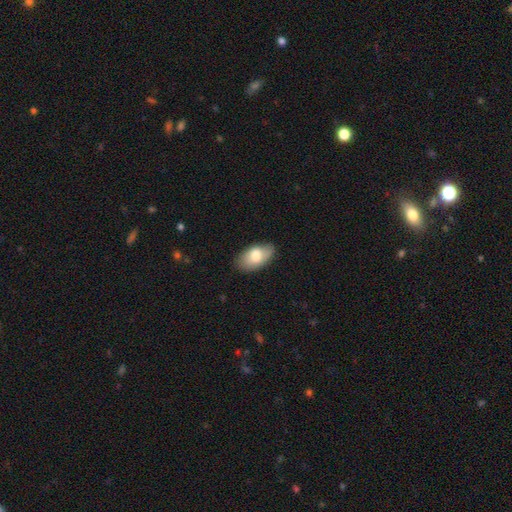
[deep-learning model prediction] Morphology: type=smooth (74%); roundness=in between (94%); merging=none (79%).